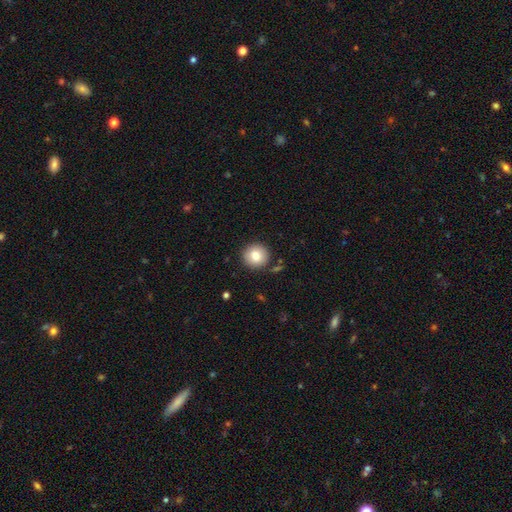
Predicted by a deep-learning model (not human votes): The model was most divided on "smooth or featured": smooth: 81%, featured or disk: 9%, star or artifact: 9%. More confident: how rounded — round (94%); merging — none (88%).